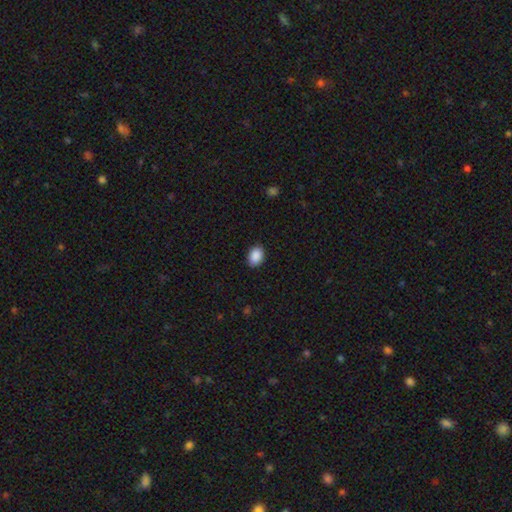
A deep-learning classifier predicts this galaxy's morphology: This appears to be a smooth galaxy with no disk features (90%) that is in between round and cigar-shaped (76%). Merging: none (88%).